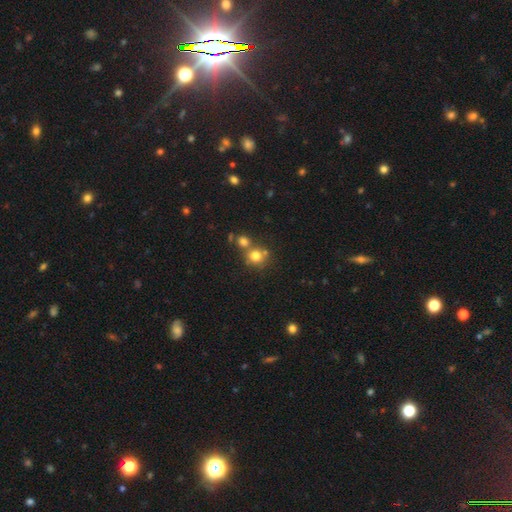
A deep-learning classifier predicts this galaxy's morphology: Smooth or featured: smooth — 76% (star or artifact — 14%)
How rounded: round — 85% (in between — 14%)
Merging: none — 55% (merger — 33%)